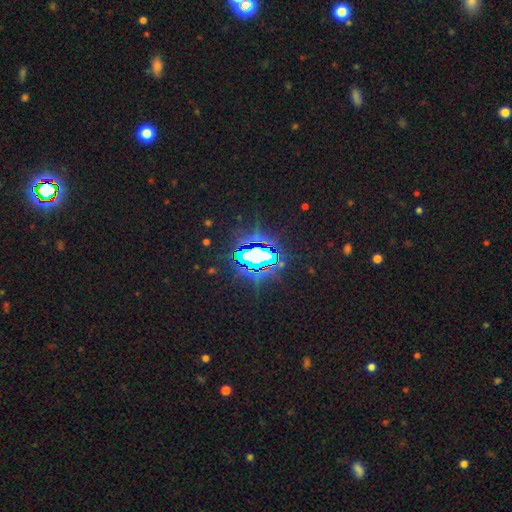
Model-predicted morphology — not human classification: smooth_or_featured: star or artifact (p=0.77) [alt: smooth p=0.12]